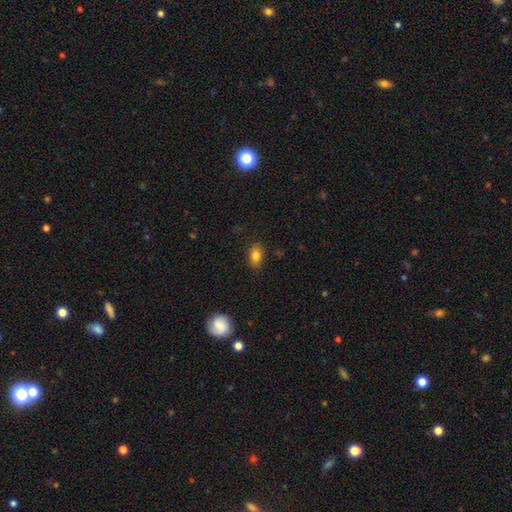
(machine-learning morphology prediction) smooth_or_featured: smooth (p=0.83) [alt: star or artifact p=0.09]
how_rounded: in between (p=0.84) [alt: round p=0.14]
merging: none (p=0.85) [alt: minor disturbance p=0.11]